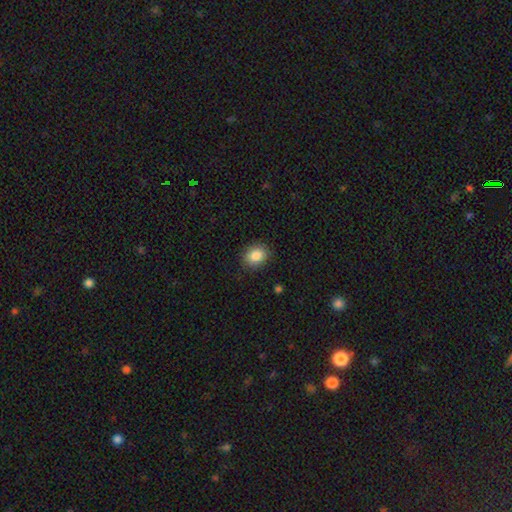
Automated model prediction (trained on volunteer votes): A smooth galaxy with no disk features (86%) that is in between round and cigar-shaped (51%). Merging: none (87%).